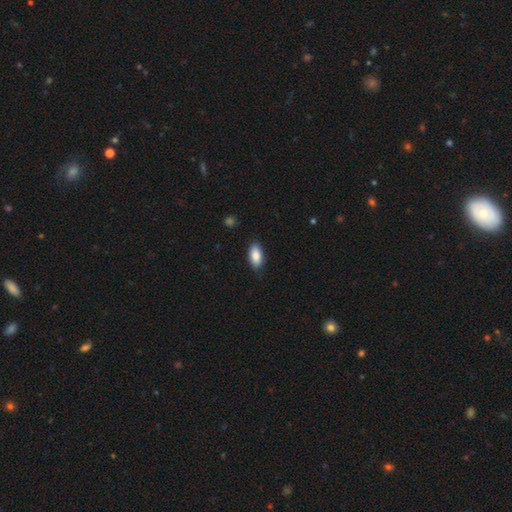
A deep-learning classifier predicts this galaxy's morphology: Smooth or featured? Predicted: smooth (p=0.86). How rounded? Predicted: in between (p=0.89). Merging? Predicted: none (p=0.85).